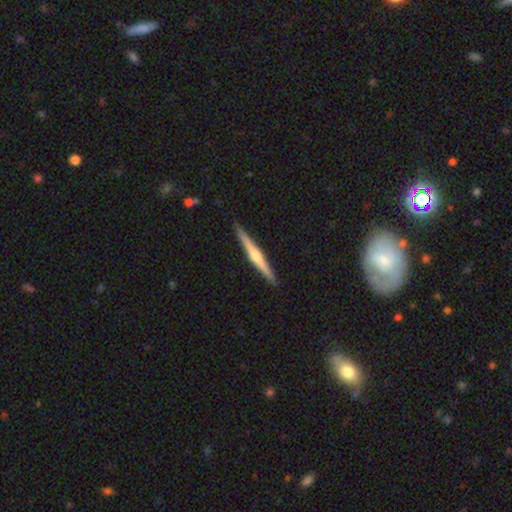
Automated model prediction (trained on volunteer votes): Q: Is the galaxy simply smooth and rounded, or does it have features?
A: featured or disk — 71%.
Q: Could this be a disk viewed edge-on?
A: yes — 98%.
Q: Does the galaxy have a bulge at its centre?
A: rounded — 85%.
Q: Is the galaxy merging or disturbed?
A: none — 92%.